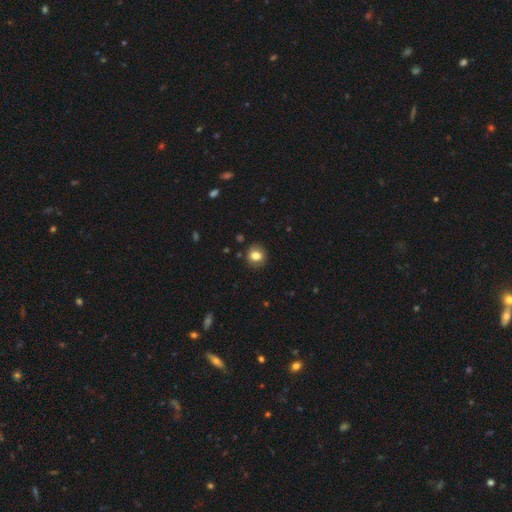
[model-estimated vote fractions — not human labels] A smooth galaxy with no disk features (79%) that is round (71%). Merging: none (84%).